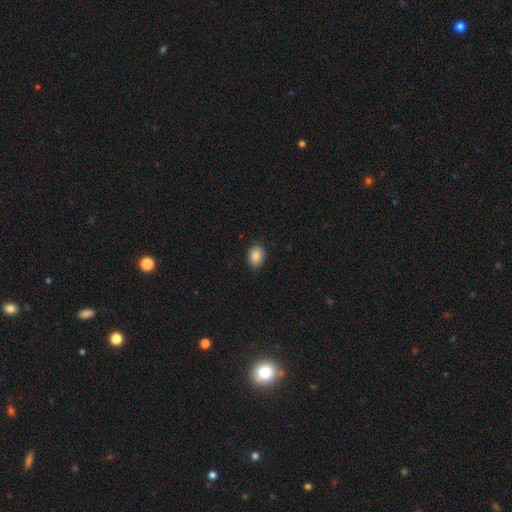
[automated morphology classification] Smooth or featured?
  - smooth: 86% *
  - star or artifact: 8%
  - featured or disk: 6%
How rounded?
  - in between: 69% *
  - round: 30%
  - cigar-shaped: 1%
Merging?
  - none: 86% *
  - minor disturbance: 11%
  - major disturbance: 2%
  - merger: 1%